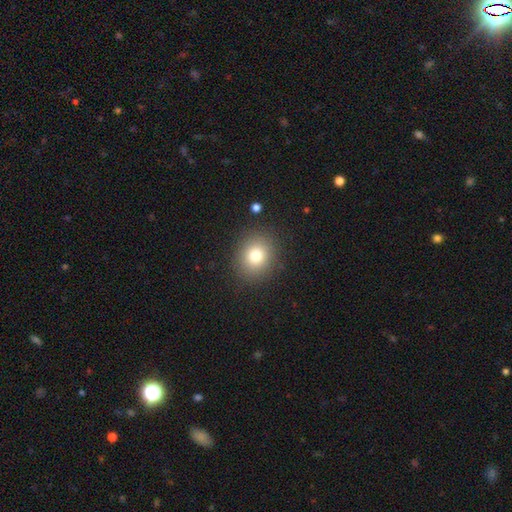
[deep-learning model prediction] A smooth galaxy with no disk features (78%) that is round (74%).

Vote fractions:
- Smooth or featured? smooth: 78% / star or artifact: 12% / featured or disk: 10%
- How rounded? round: 74% / in between: 25% / cigar-shaped: 1%
- Merging? none: 88% / minor disturbance: 8% / major disturbance: 3% / merger: 1%